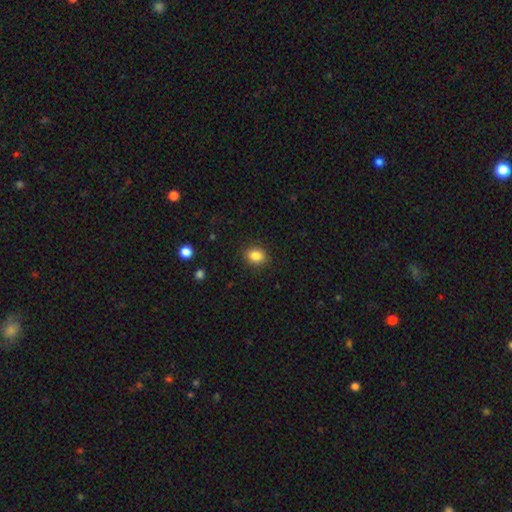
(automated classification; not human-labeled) Overall: smooth (85%). How rounded: in between (53%; round 46%). Merging: none (88%).